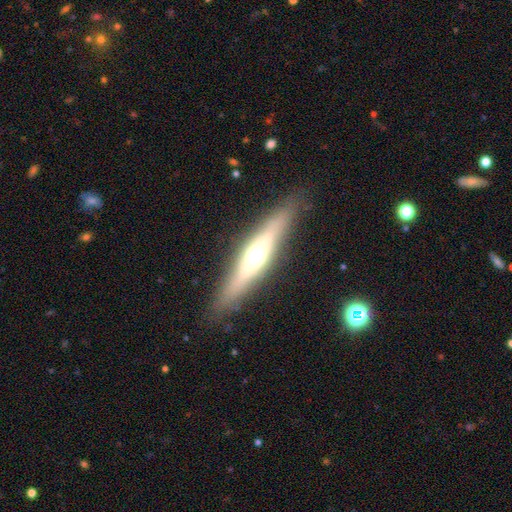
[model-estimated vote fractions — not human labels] smooth-or-featured: featured or disk: 59% | smooth: 33% | star or artifact: 8%
  disk-edge-on: yes: 87% | no: 13%
    edge-on-bulge: rounded: 90% | boxy: 5% | none: 5%
  merging: none: 87% | minor disturbance: 9% | major disturbance: 3% | merger: 1%